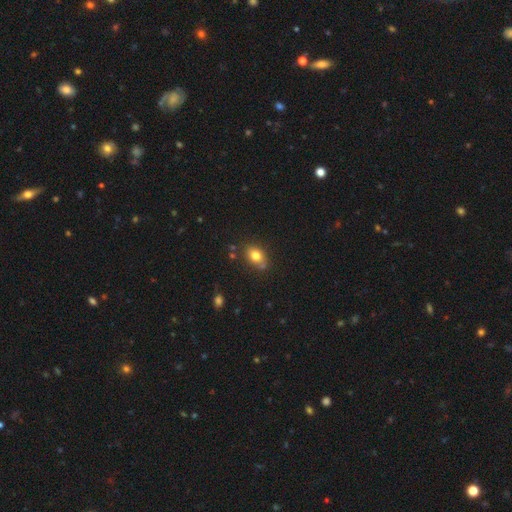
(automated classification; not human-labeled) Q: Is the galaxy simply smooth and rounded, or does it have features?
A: smooth — 79%.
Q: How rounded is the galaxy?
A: in between — 69%.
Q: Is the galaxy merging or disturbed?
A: none — 71%.